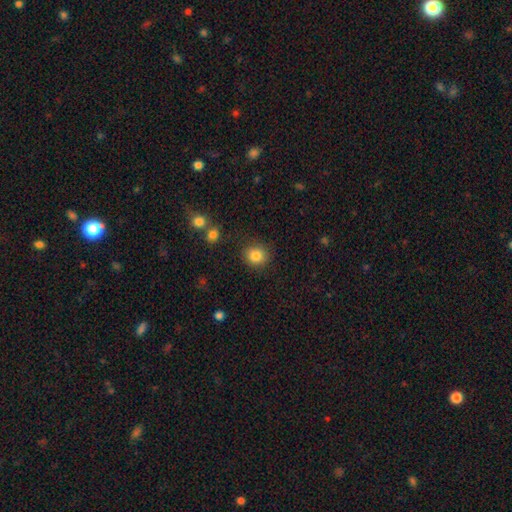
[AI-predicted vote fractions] smooth-or-featured: smooth: 84% | star or artifact: 10% | featured or disk: 6%
  how-rounded: round: 79% | in between: 20% | cigar-shaped: 1%
  merging: none: 86% | minor disturbance: 9% | major disturbance: 3% | merger: 2%